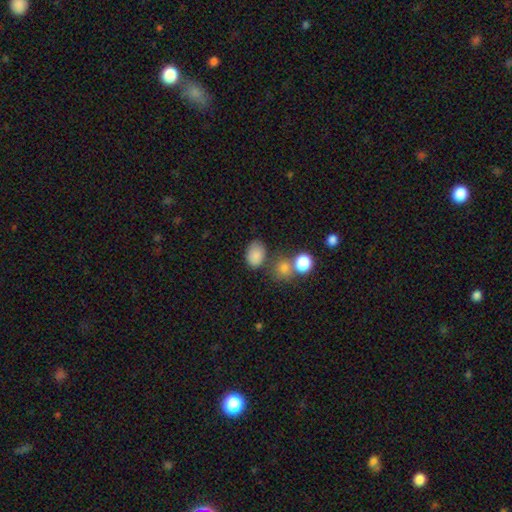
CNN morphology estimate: This is clearly a smooth galaxy (84%). How rounded: likely in between (78%). Merging: possibly none (60%).